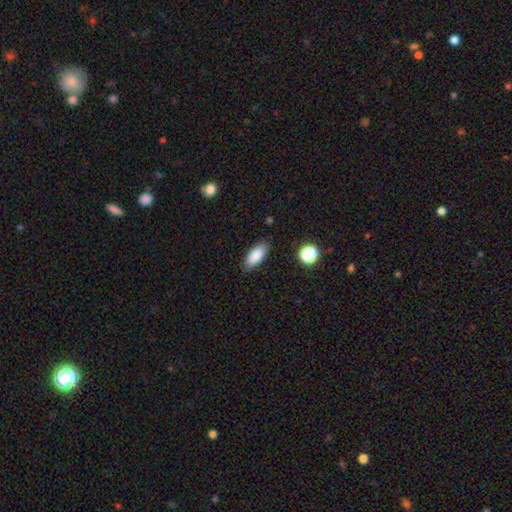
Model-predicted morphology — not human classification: The model was most divided on "how rounded": in between: 82%, cigar-shaped: 15%, round: 2%. More confident: smooth or featured — smooth (86%); merging — none (86%).